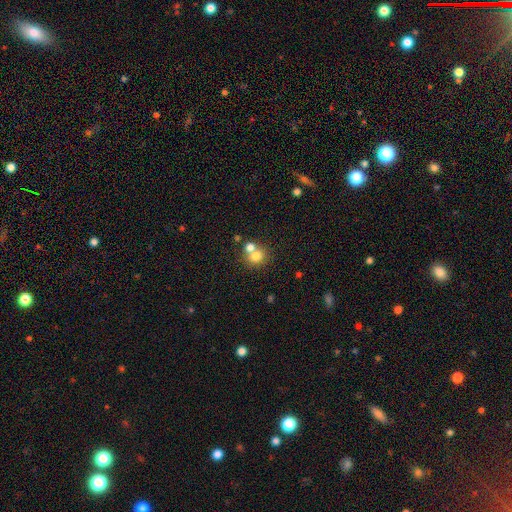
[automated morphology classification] The model was most divided on "merging": merger: 45%, none: 44%, minor disturbance: 7%, major disturbance: 3%. More confident: smooth or featured — smooth (74%); how rounded — round (74%).